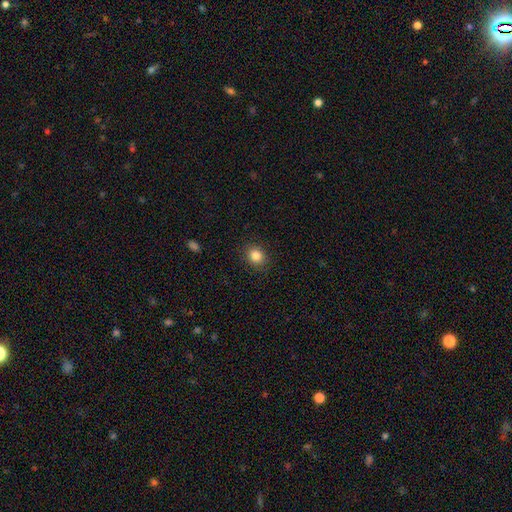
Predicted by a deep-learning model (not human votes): Overall: smooth (85%). How rounded: round (69%; in between 30%). Merging: none (88%).